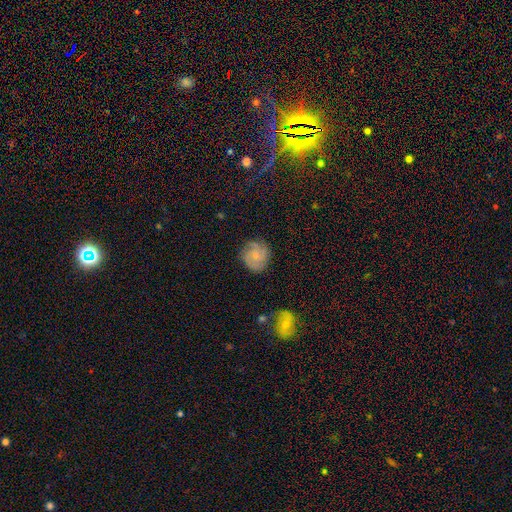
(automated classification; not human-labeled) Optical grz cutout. It shows a featured or disk galaxy (62%) with no bar (75%), 3 (34%) tight (55%) spiral arms (92%) and a small central bulge (73%). Merging: none (78%).